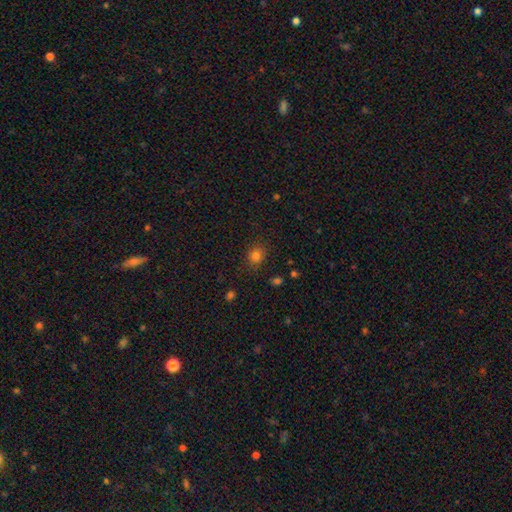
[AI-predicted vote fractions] smooth_or_featured: smooth (p=0.80) [alt: star or artifact p=0.15]
how_rounded: round (p=0.63) [alt: in between p=0.36]
merging: none (p=0.82) [alt: minor disturbance p=0.12]